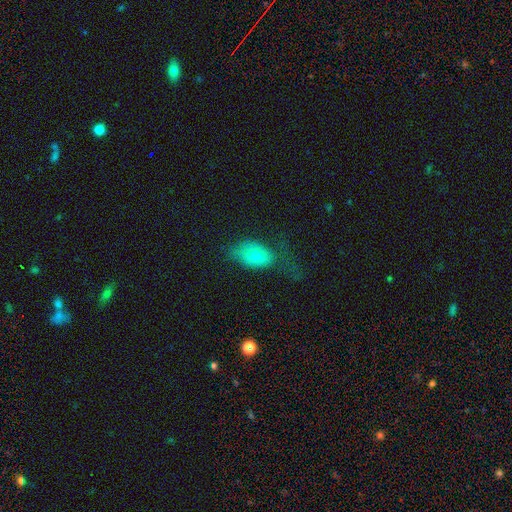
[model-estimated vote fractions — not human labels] A smooth galaxy with no disk features (71%) that is in between round and cigar-shaped (86%). Merging: major disturbance (40%).